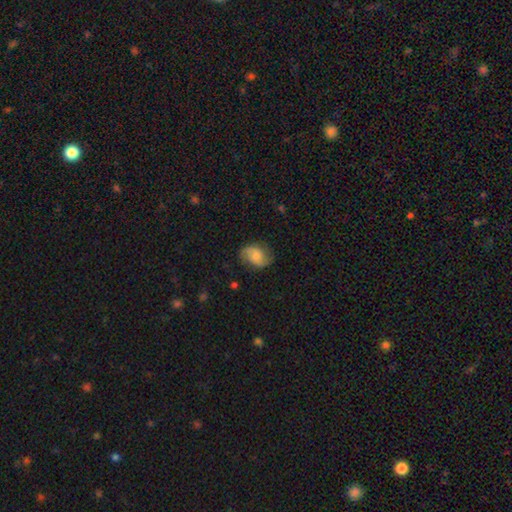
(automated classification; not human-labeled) Morphology: type=smooth (46%, tied with featured or disk); merging=none (74%).